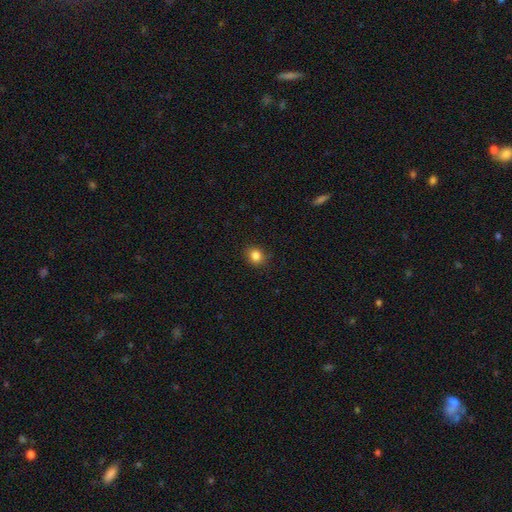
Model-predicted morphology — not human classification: Smooth or featured: smooth — 84% (star or artifact — 11%)
How rounded: round — 76% (in between — 23%)
Merging: none — 88% (minor disturbance — 9%)